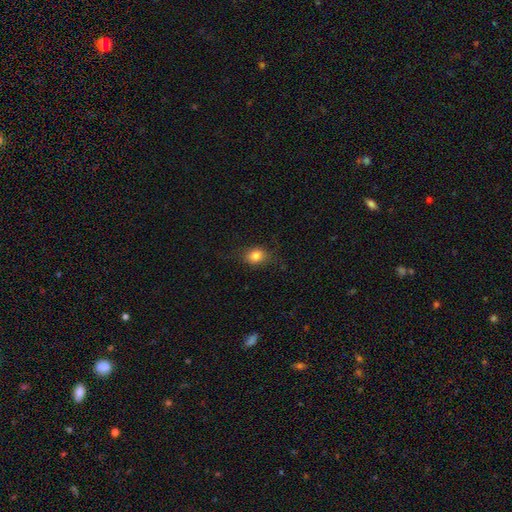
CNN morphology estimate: type=smooth (81%); roundness=round (50%); merging=none (77%).